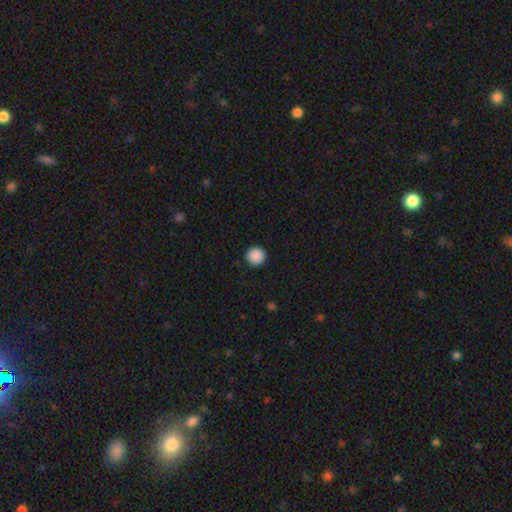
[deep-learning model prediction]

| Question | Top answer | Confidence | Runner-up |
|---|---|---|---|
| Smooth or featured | smooth | 90% | star or artifact (8%) |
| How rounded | round | 96% | in between (3%) |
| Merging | none | 93% | minor disturbance (4%) |